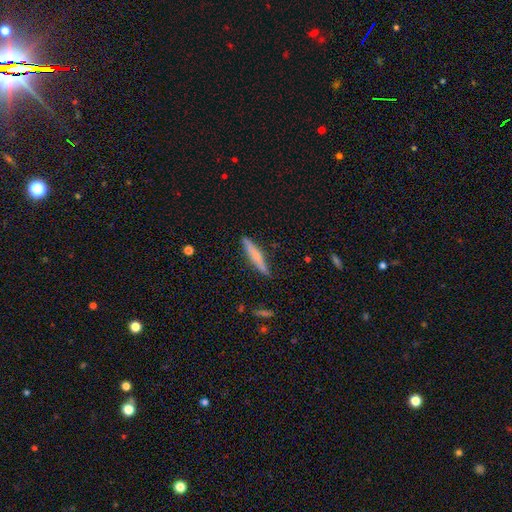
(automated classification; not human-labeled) A smooth galaxy with no disk features (52%) that is cigar-shaped (91%).

Vote fractions:
- Smooth or featured? smooth: 52% / featured or disk: 42% / star or artifact: 6%
- How rounded? cigar-shaped: 91% / in between: 7% / round: 2%
- Merging? none: 86% / minor disturbance: 10% / major disturbance: 2% / merger: 1%